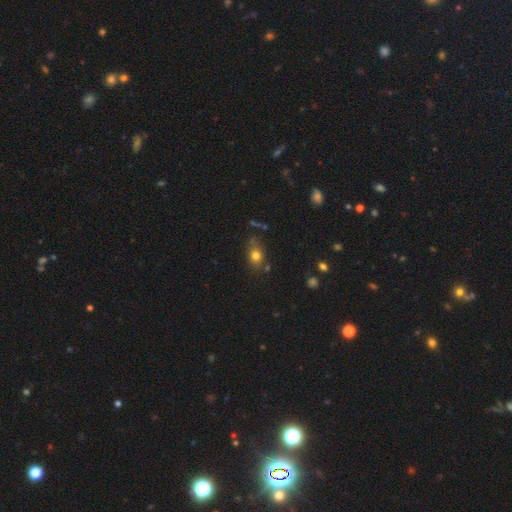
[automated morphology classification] smooth 76%, star or artifact 13%, featured or disk 11%. Down the decision tree: how rounded — in between (61%); merging — none (67%).